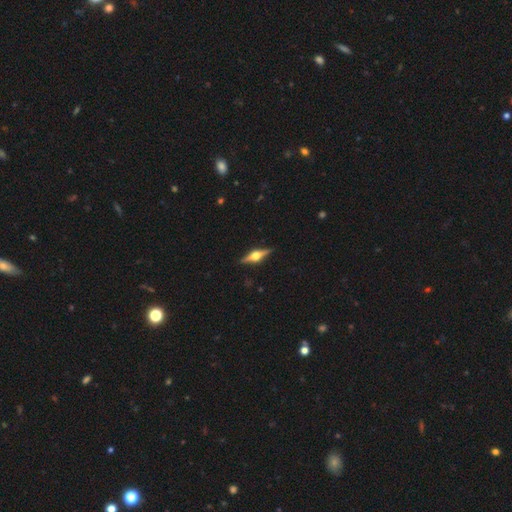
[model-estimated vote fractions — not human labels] Morphology: type=featured or disk (79%); edge-on=yes (98%); edge-on bulge=rounded (95%); merging=none (91%).